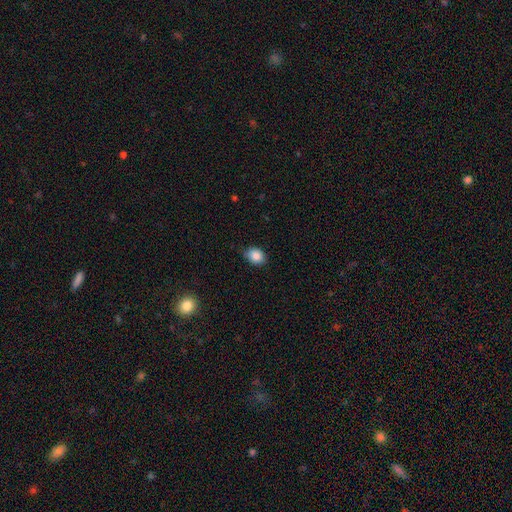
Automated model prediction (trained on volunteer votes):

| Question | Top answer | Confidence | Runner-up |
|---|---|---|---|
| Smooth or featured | smooth | 86% | star or artifact (9%) |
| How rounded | in between | 59% | round (40%) |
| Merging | none | 75% | minor disturbance (21%) |